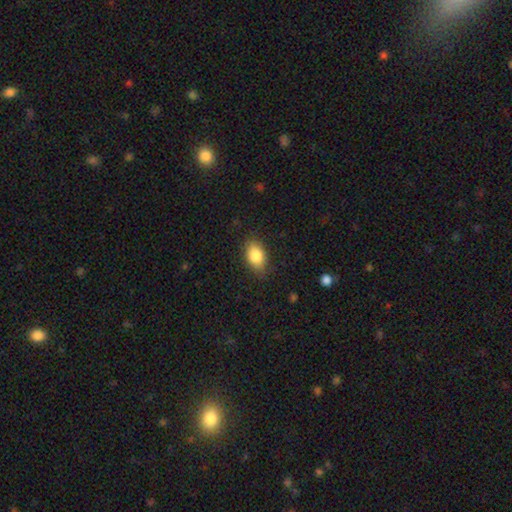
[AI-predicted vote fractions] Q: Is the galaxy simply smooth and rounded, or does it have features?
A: smooth — 85%.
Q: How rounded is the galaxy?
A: in between — 86%.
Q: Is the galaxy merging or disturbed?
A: none — 82%.